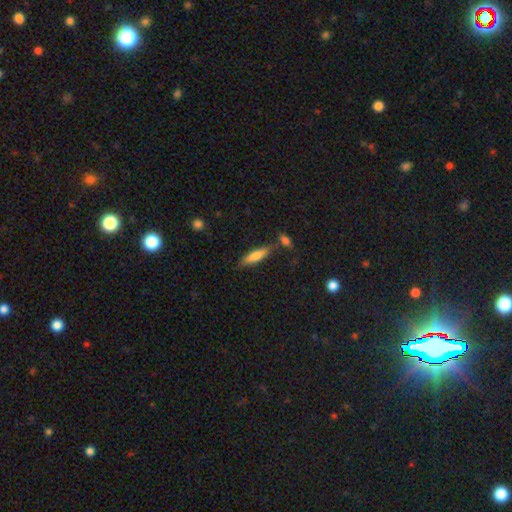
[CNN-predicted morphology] Overall: smooth (77%). How rounded: cigar-shaped (67%; in between 32%). Merging: none (74%).